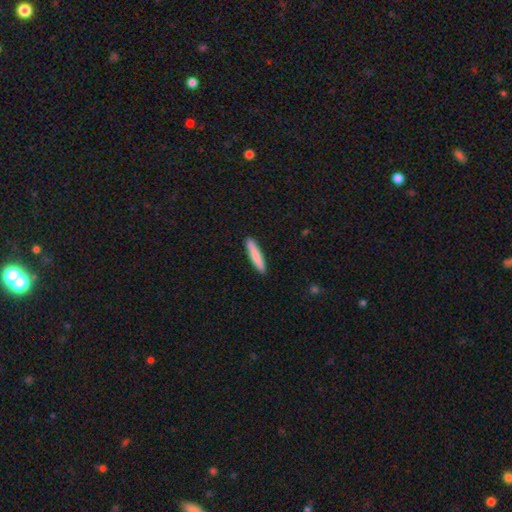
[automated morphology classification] Smooth or featured?
  - smooth: 80% *
  - featured or disk: 15%
  - star or artifact: 5%
How rounded?
  - cigar-shaped: 91% *
  - in between: 7%
  - round: 1%
Merging?
  - none: 92% *
  - minor disturbance: 6%
  - major disturbance: 1%
  - merger: 1%